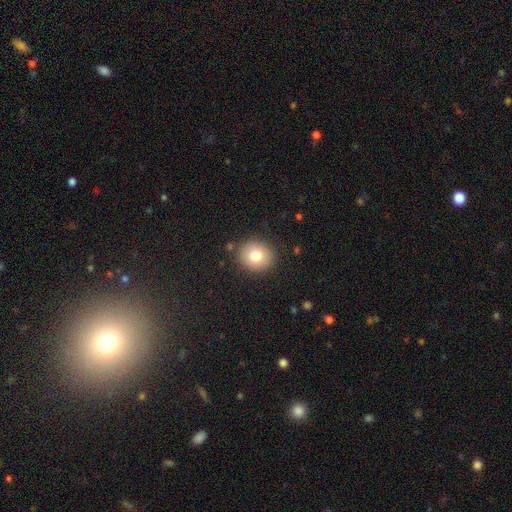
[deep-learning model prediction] This is likely a smooth galaxy (77%). How rounded: clearly round (82%). Merging: clearly none (88%).